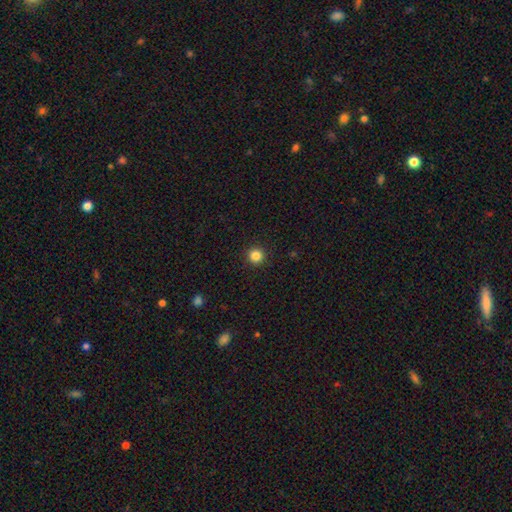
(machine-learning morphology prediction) The model was most divided on "smooth or featured": smooth: 84%, star or artifact: 12%, featured or disk: 4%. More confident: how rounded — round (96%); merging — none (93%).